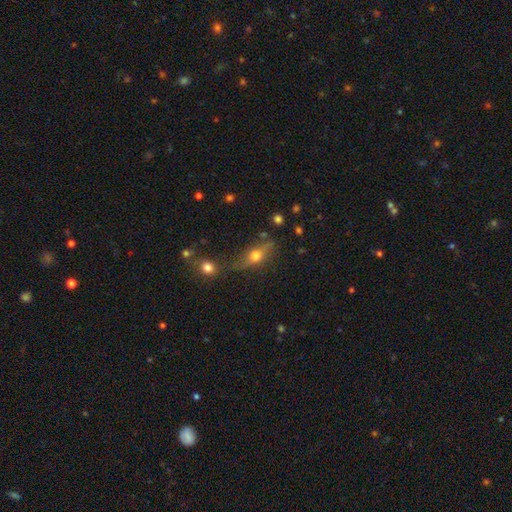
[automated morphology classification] The model was most divided on "smooth or featured": smooth: 47%, featured or disk: 39%, star or artifact: 14%. More confident: merging — none (63%).